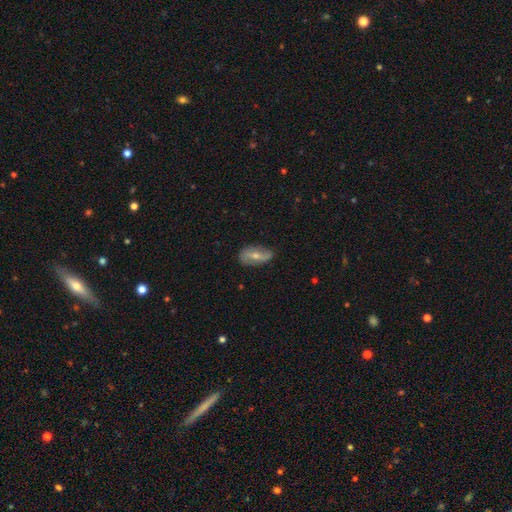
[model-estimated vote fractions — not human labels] smooth_or_featured: featured or disk (p=0.55) [alt: smooth p=0.38]
disk_edge_on: no (p=0.89) [alt: yes p=0.11]
merging: none (p=0.76) [alt: minor disturbance p=0.19]